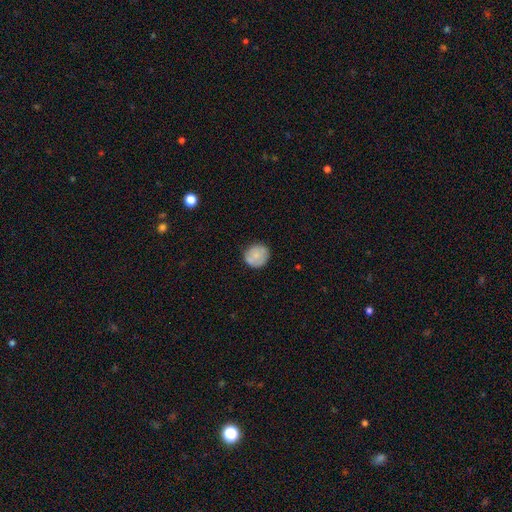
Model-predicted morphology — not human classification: smooth-or-featured: smooth: 76% | featured or disk: 17% | star or artifact: 7%
  how-rounded: round: 90% | in between: 9% | cigar-shaped: 1%
  merging: none: 80% | minor disturbance: 15% | major disturbance: 3% | merger: 1%